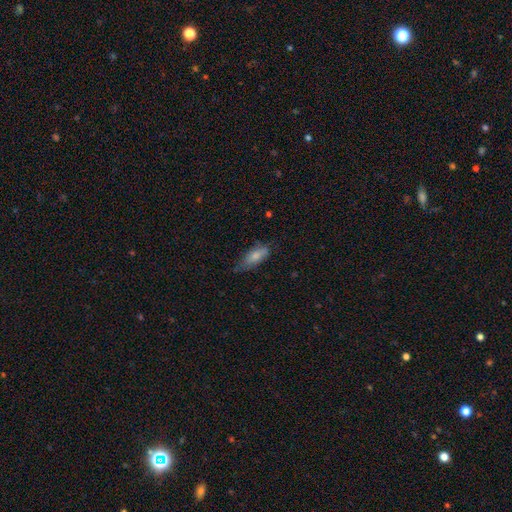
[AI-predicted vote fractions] A smooth galaxy with no disk features (73%) that is in between round and cigar-shaped (74%). Merging: none (57%).